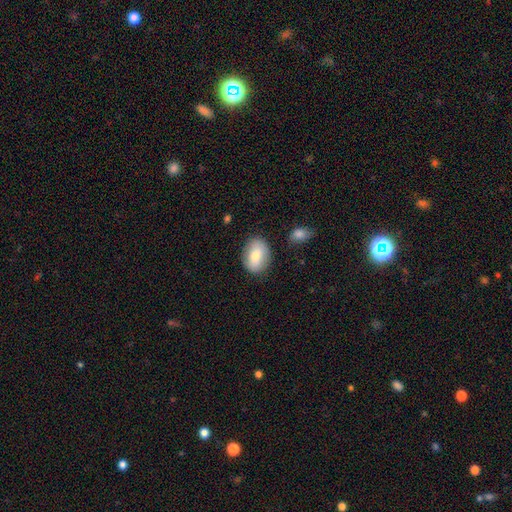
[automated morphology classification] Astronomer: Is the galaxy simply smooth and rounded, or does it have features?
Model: smooth — 75%.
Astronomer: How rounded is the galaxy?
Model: in between — 77%.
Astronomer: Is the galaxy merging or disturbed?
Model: none — 82%.